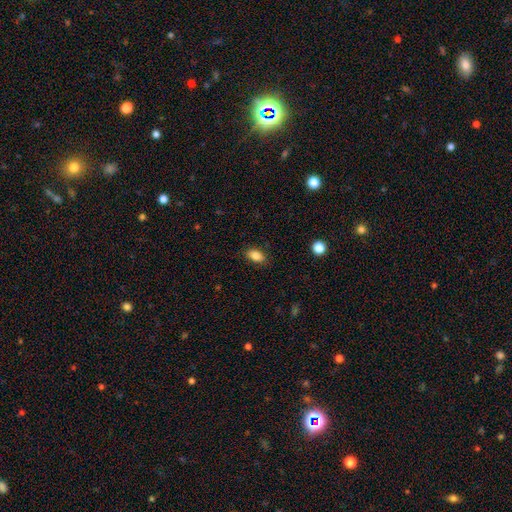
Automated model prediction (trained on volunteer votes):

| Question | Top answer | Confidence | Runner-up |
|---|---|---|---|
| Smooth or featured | smooth | 85% | star or artifact (9%) |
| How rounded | in between | 89% | round (8%) |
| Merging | none | 86% | minor disturbance (11%) |